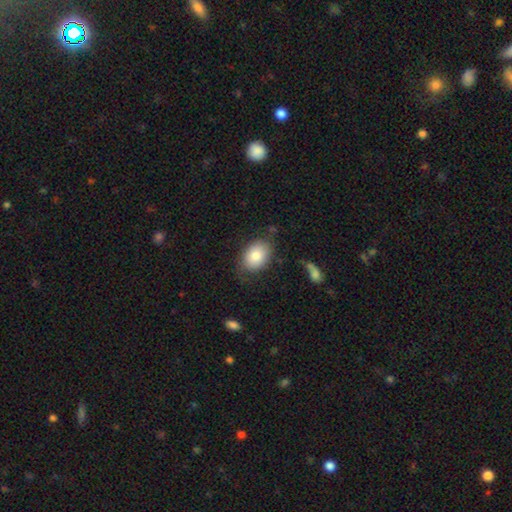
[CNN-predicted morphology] smooth 82%, featured or disk 11%, star or artifact 7%. Down the decision tree: how rounded — in between (78%); merging — none (74%).